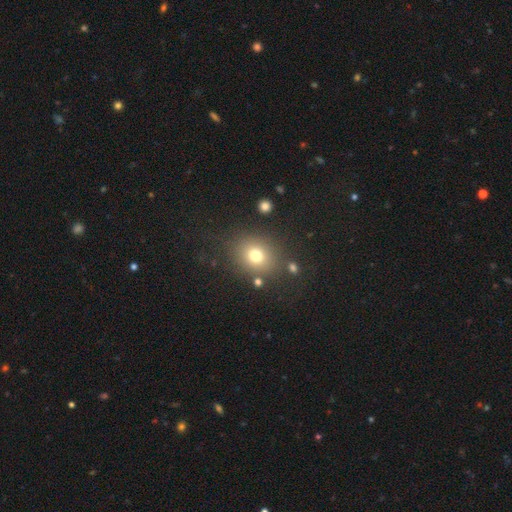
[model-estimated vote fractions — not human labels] Smooth or featured: smooth — 75% (star or artifact — 15%)
How rounded: round — 70% (in between — 29%)
Merging: none — 80% (minor disturbance — 10%)